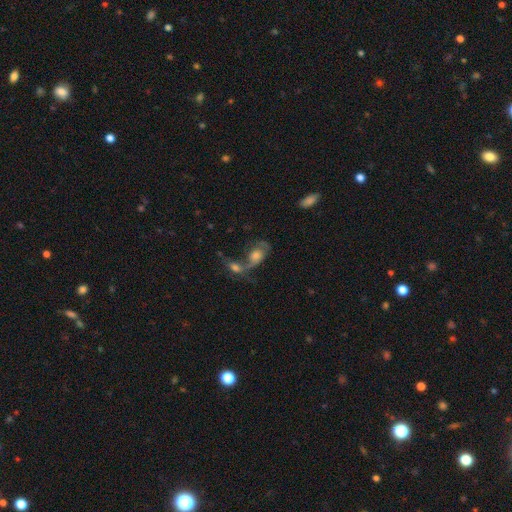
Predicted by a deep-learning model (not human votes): Morphology: type=featured or disk (51%); edge-on=no (91%); merging=merger (56%).